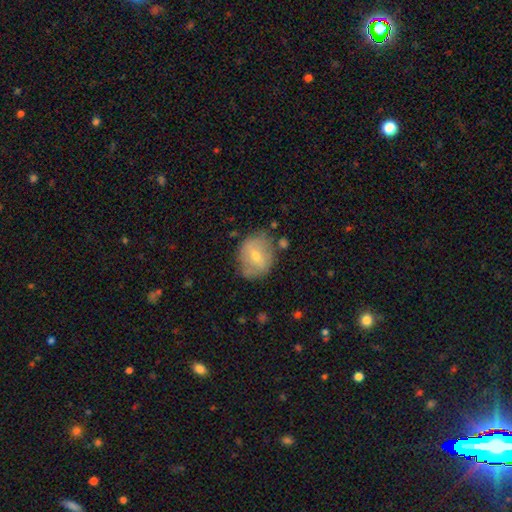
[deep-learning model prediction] Smooth or featured?
  - smooth: 52% *
  - featured or disk: 40%
  - star or artifact: 9%
How rounded?
  - round: 59% *
  - in between: 40%
  - cigar-shaped: 1%
Merging?
  - none: 71% *
  - minor disturbance: 20%
  - major disturbance: 6%
  - merger: 3%